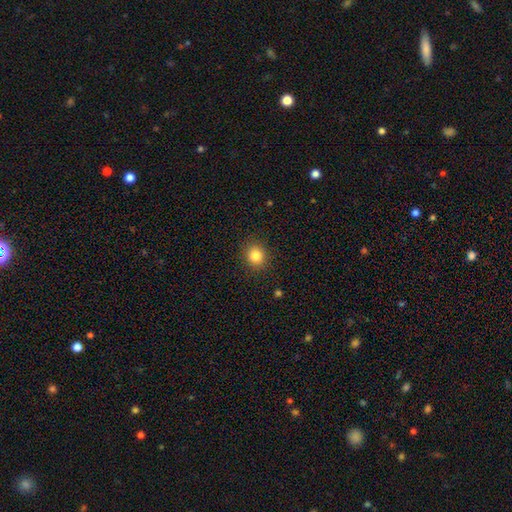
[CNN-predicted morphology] Smooth or featured?
  - smooth: 83% *
  - star or artifact: 11%
  - featured or disk: 6%
How rounded?
  - round: 79% *
  - in between: 21%
  - cigar-shaped: 1%
Merging?
  - none: 89% *
  - minor disturbance: 7%
  - major disturbance: 2%
  - merger: 1%